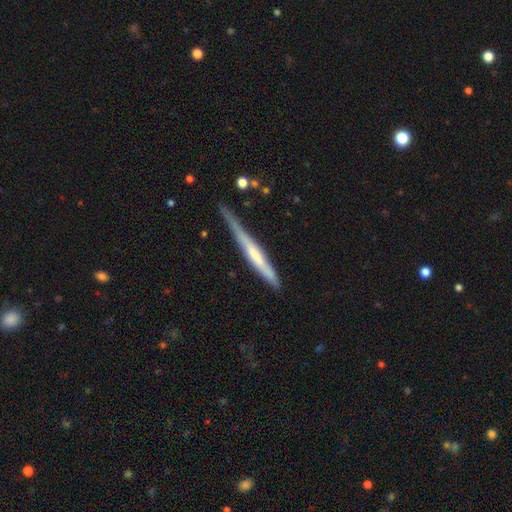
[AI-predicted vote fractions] smooth-or-featured: featured or disk: 52% | smooth: 42% | star or artifact: 6%
  disk-edge-on: yes: 93% | no: 7%
  merging: none: 60% | minor disturbance: 30% | major disturbance: 7% | merger: 3%